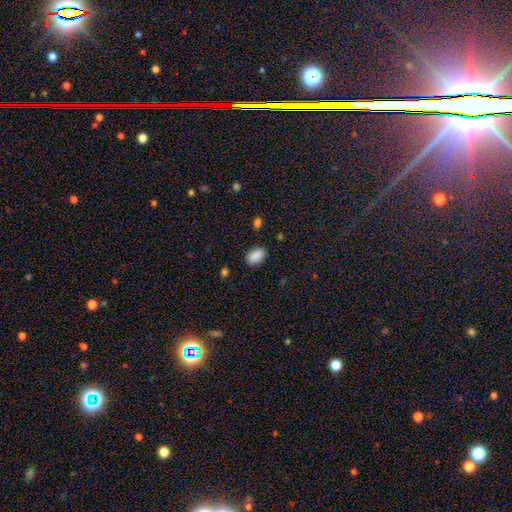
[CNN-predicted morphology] This appears to be a smooth galaxy with no disk features (89%) that is in between round and cigar-shaped (90%). Merging: none (85%).